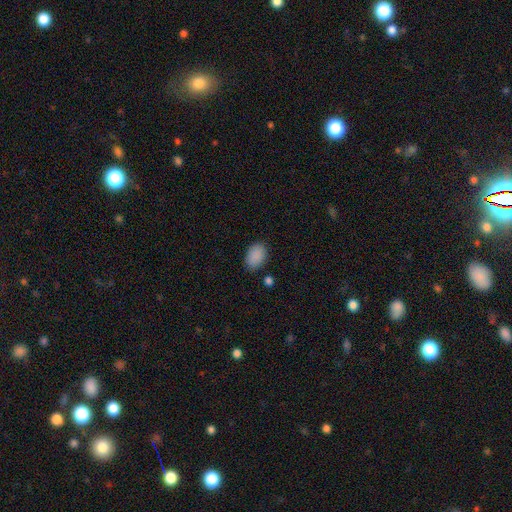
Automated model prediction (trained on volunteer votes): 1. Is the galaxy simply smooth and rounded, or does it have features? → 89% smooth, 8% star or artifact, 3% featured or disk.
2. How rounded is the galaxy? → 85% in between, 14% round, 1% cigar-shaped.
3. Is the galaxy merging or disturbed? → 82% none, 13% minor disturbance, 3% major disturbance, 3% merger.